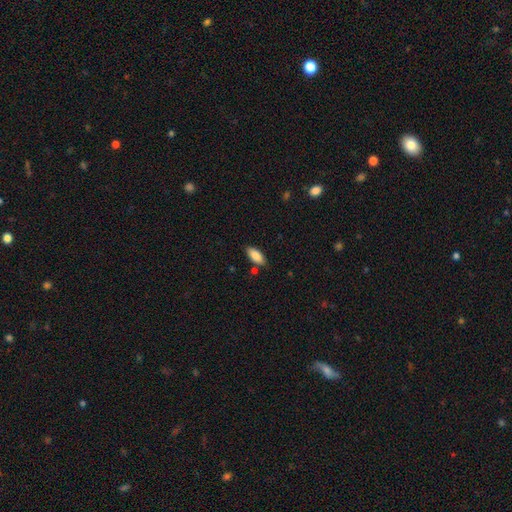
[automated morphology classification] type=smooth (86%); roundness=in between (85%); merging=none (82%).